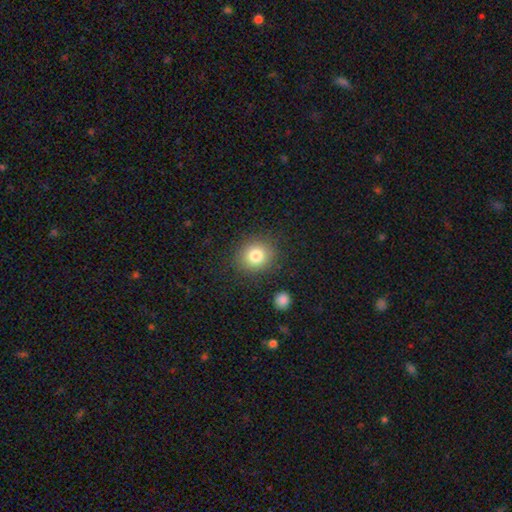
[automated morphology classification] Smooth or featured: smooth — 81% (star or artifact — 11%)
How rounded: round — 84% (in between — 16%)
Merging: none — 86% (minor disturbance — 8%)